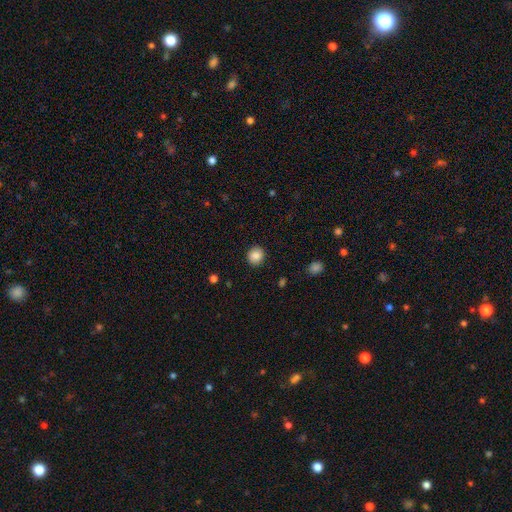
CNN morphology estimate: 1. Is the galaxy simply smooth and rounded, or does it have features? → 87% smooth, 9% star or artifact, 5% featured or disk.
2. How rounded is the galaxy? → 86% round, 13% in between, 1% cigar-shaped.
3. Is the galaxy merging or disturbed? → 90% none, 7% minor disturbance, 2% major disturbance, 1% merger.